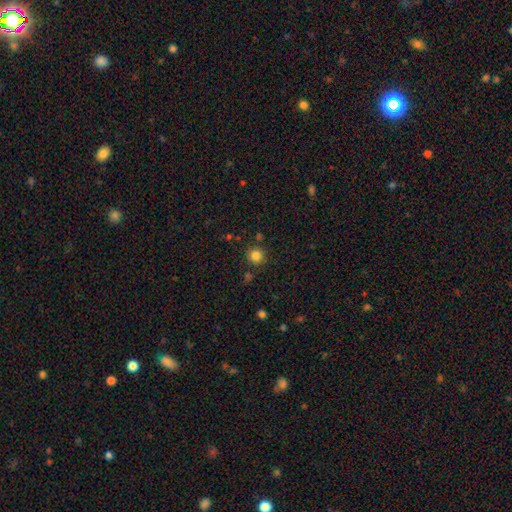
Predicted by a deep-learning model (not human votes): Q: Smooth or featured?
A: smooth (83%); runner-up: star or artifact (13%)
Q: How rounded?
A: round (93%); runner-up: in between (6%)
Q: Merging?
A: none (87%); runner-up: minor disturbance (7%)